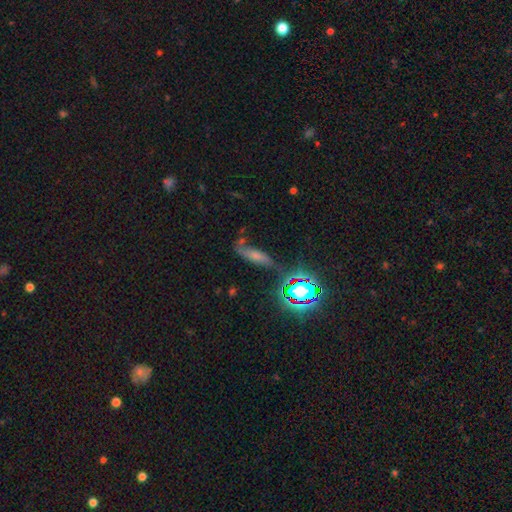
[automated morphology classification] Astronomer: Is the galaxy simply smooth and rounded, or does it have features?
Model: smooth — 47% (runner-up: featured or disk, 30%).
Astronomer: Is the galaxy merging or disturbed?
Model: none — 48% (runner-up: minor disturbance, 25%).